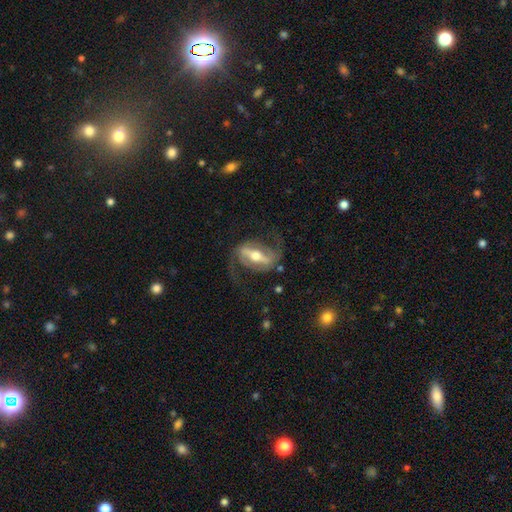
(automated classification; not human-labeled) This appears to be a featured or disk galaxy (87%) with a strong bar (70%), 2 (91%) medium (47%) spiral arms (92%) and a moderate central bulge (68%). Merging: none (69%).